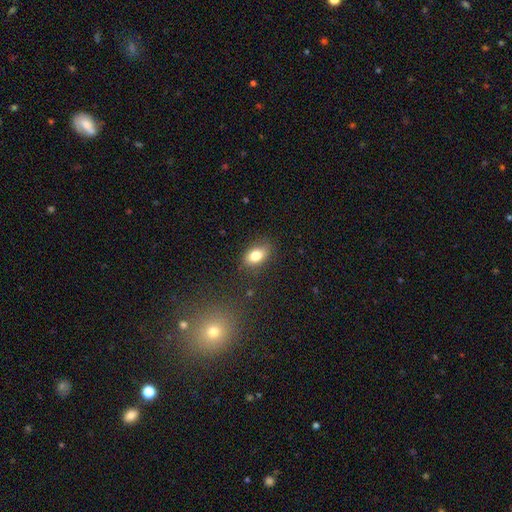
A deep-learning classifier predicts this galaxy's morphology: smooth 81%, featured or disk 10%, star or artifact 9%. Down the decision tree: how rounded — in between (86%); merging — none (83%).